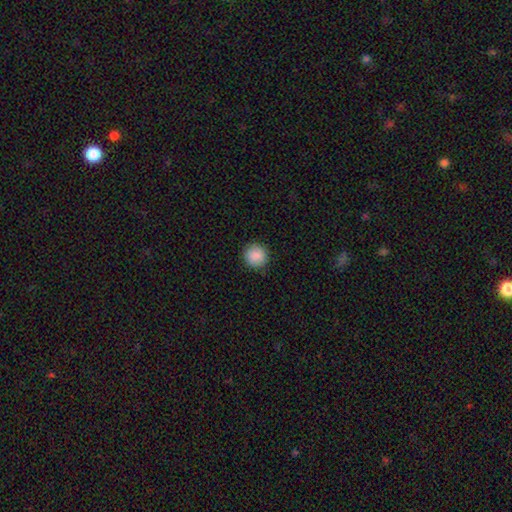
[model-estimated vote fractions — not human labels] The model was most divided on "smooth or featured": smooth: 89%, star or artifact: 8%, featured or disk: 3%. More confident: how rounded — round (93%); merging — none (90%).